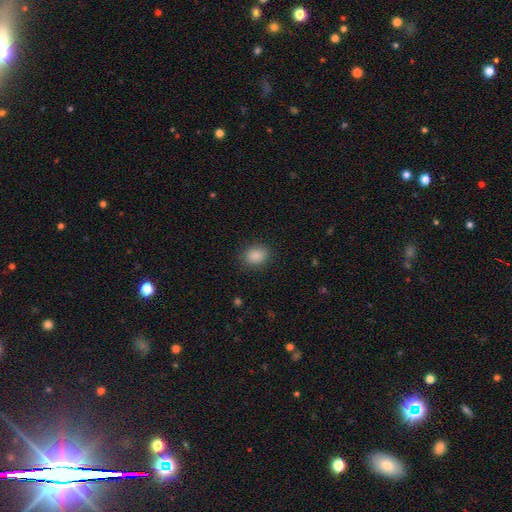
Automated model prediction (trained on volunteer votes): Smooth or featured? smooth (88%)
How rounded? in between (58%)
Merging? none (86%)